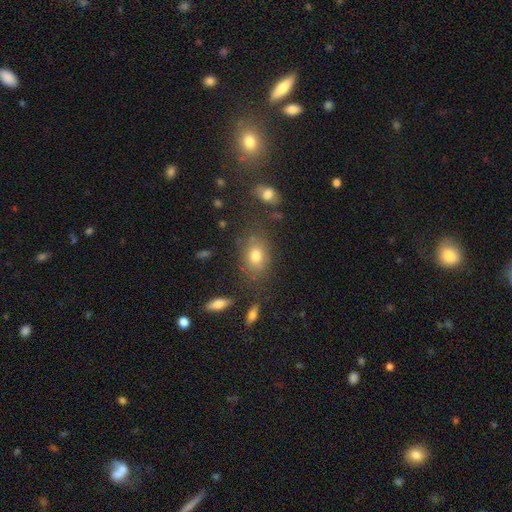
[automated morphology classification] A smooth galaxy with no disk features (74%) that is in between round and cigar-shaped (72%). Merging: none (72%).